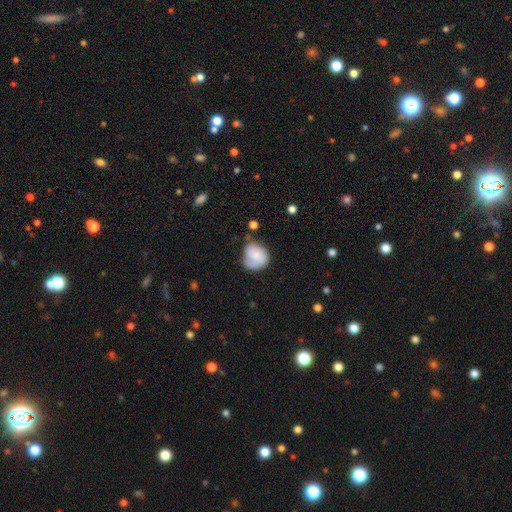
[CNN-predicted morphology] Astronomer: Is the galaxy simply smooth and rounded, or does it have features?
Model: smooth — 57% (runner-up: featured or disk, 36%).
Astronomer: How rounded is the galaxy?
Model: round — 71%.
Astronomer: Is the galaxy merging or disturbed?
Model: none — 50% (runner-up: minor disturbance, 30%).